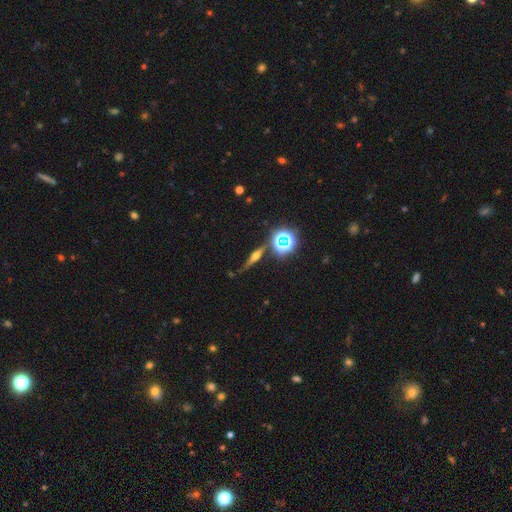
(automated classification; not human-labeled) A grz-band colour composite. It shows a featured or disk galaxy (57%) viewed edge-on (93%) with a rounded central bulge (90%). Merging: none (80%).